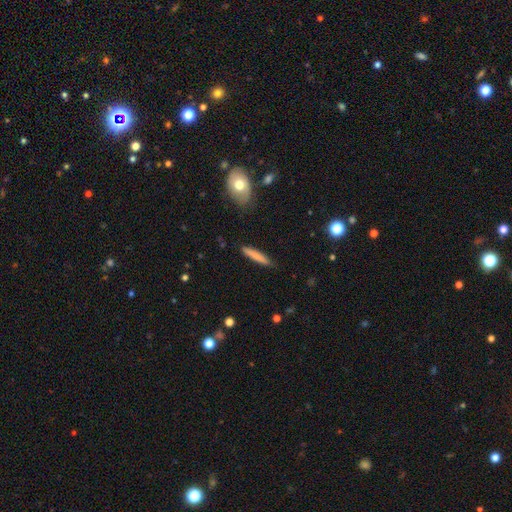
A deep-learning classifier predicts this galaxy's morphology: This is likely a smooth galaxy (79%). How rounded: clearly cigar-shaped (92%). Merging: clearly none (87%).